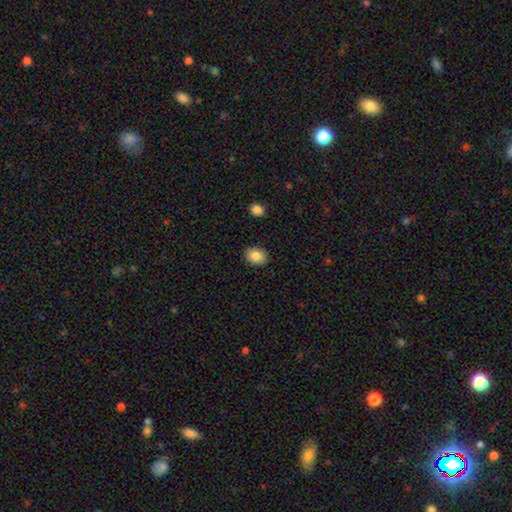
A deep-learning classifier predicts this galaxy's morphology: A smooth galaxy with no disk features (87%) that is in between round and cigar-shaped (59%). Merging: none (89%).